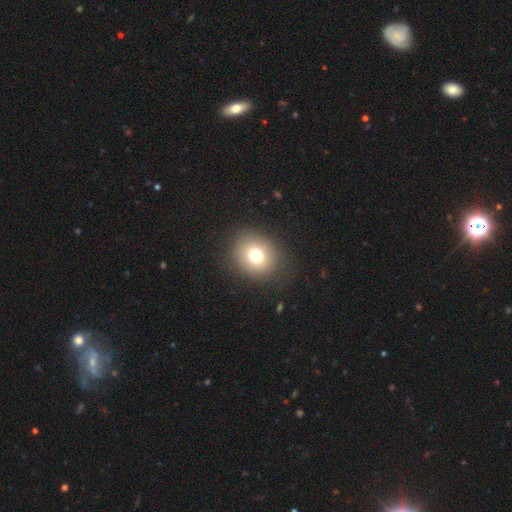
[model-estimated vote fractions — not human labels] smooth 74%, featured or disk 13%, star or artifact 13%. Down the decision tree: how rounded — round (72%); merging — none (84%).